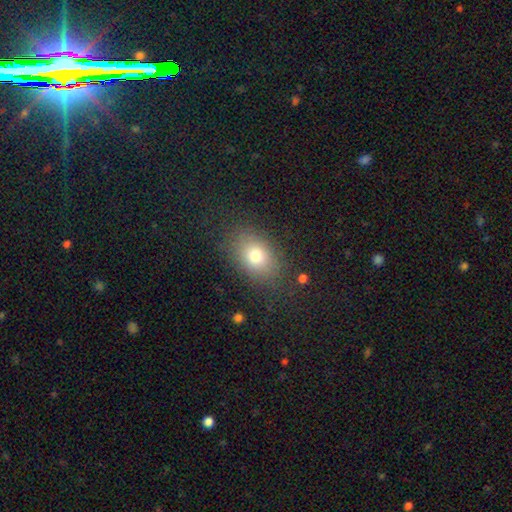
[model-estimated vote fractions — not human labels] smooth_or_featured: smooth (p=0.75) [alt: star or artifact p=0.12]
how_rounded: in between (p=0.72) [alt: round p=0.26]
merging: none (p=0.81) [alt: minor disturbance p=0.12]